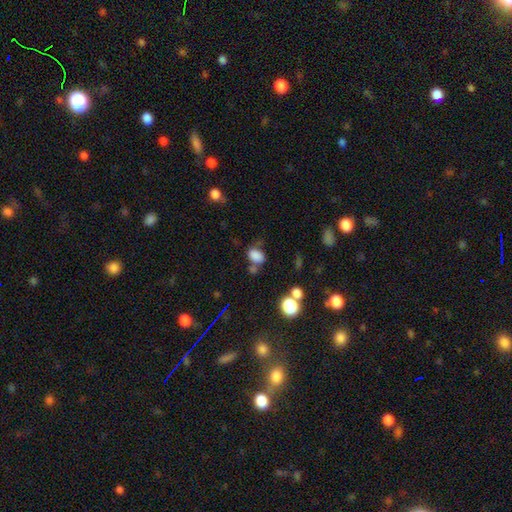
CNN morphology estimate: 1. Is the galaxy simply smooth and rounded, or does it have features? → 81% smooth, 13% star or artifact, 6% featured or disk.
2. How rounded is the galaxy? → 74% in between, 25% round, 1% cigar-shaped.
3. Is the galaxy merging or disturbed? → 56% none, 20% minor disturbance, 16% merger, 8% major disturbance.